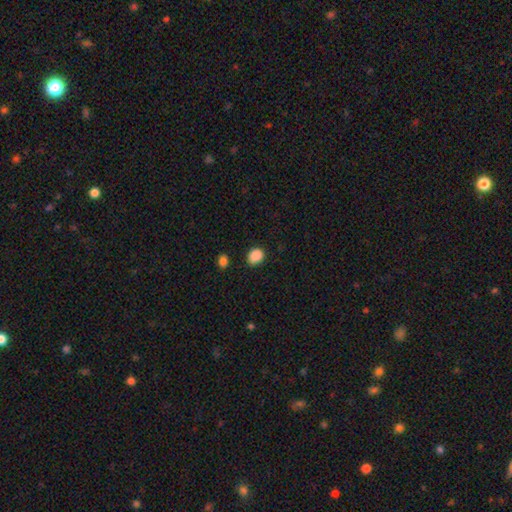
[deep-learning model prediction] Smooth or featured: smooth — 88% (star or artifact — 9%)
How rounded: round — 55% (in between — 44%)
Merging: none — 81% (minor disturbance — 13%)